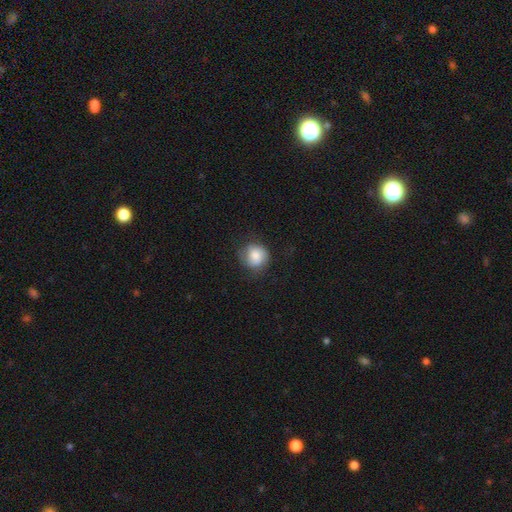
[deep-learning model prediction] Q: Smooth or featured?
A: smooth (76%); runner-up: featured or disk (16%)
Q: How rounded?
A: round (82%); runner-up: in between (17%)
Q: Merging?
A: none (67%); runner-up: minor disturbance (22%)